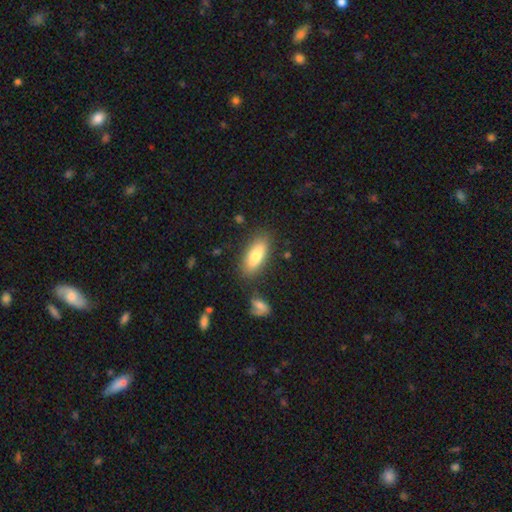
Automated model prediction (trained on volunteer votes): smooth-or-featured: smooth: 75% | featured or disk: 19% | star or artifact: 6%
  how-rounded: in between: 70% | cigar-shaped: 28% | round: 2%
  merging: none: 80% | minor disturbance: 12% | merger: 5% | major disturbance: 3%